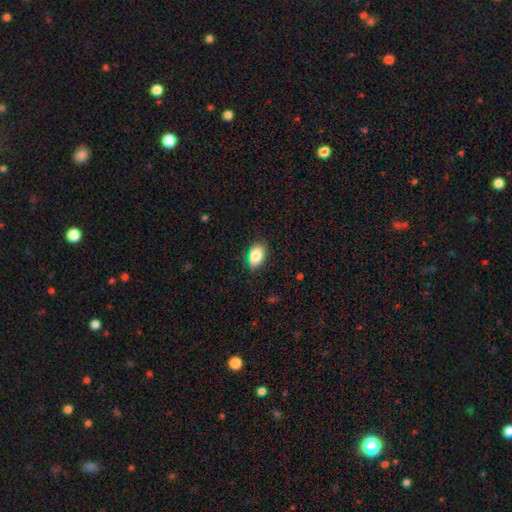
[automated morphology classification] This appears to be a smooth galaxy with no disk features (84%) that is in between round and cigar-shaped (88%). Merging: none (81%).